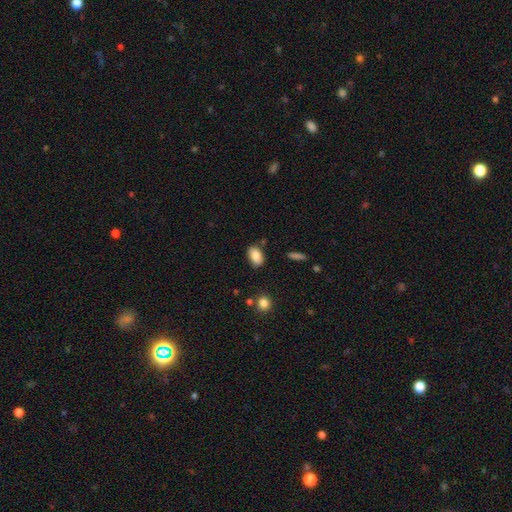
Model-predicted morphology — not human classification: Smooth or featured?
  - smooth: 85% *
  - star or artifact: 8%
  - featured or disk: 8%
How rounded?
  - in between: 90% *
  - round: 9%
  - cigar-shaped: 2%
Merging?
  - none: 80% *
  - minor disturbance: 13%
  - merger: 4%
  - major disturbance: 3%